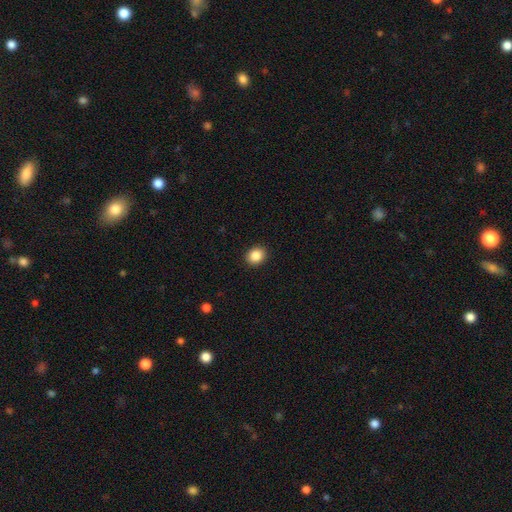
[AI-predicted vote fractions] This is clearly a smooth galaxy (87%). How rounded: likely round (60%). Merging: clearly none (91%).